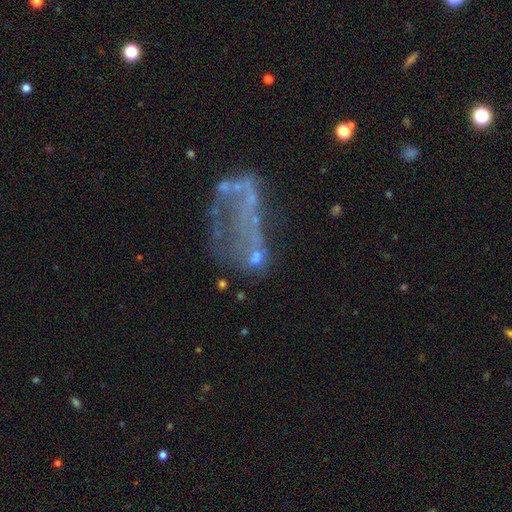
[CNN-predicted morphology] Smooth or featured? Predicted: featured or disk (p=0.55). Edge-on disk? Predicted: no (p=0.96). Bar? Predicted: no (p=0.89). Spiral arms? Predicted: no (p=0.89). Bulge size? Predicted: none (p=0.75). Merging? Predicted: major disturbance (p=0.40).